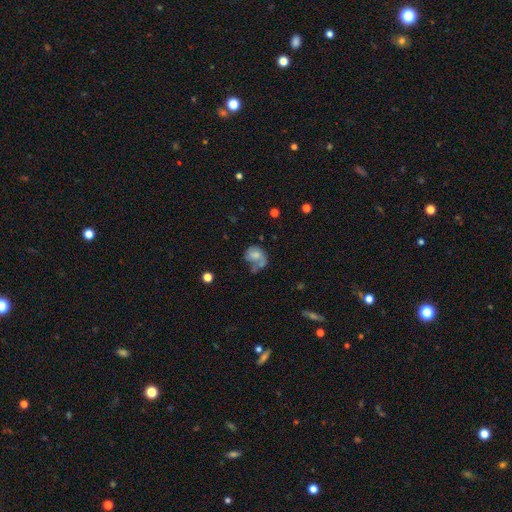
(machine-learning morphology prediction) Smooth or featured? smooth (49%)
Merging? major disturbance (28%, tied with none)